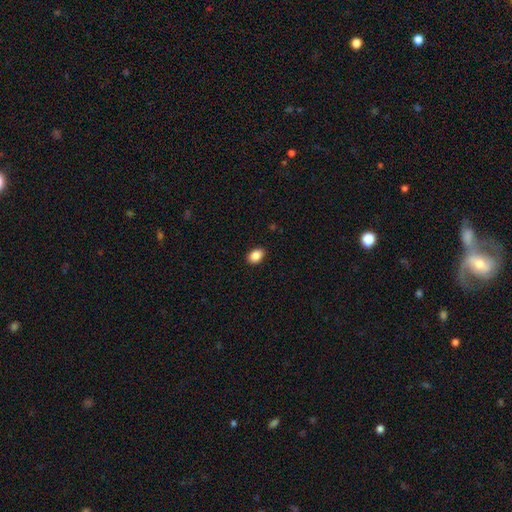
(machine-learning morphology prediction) smooth 89%, star or artifact 8%, featured or disk 3%. Down the decision tree: how rounded — in between (80%); merging — none (90%).